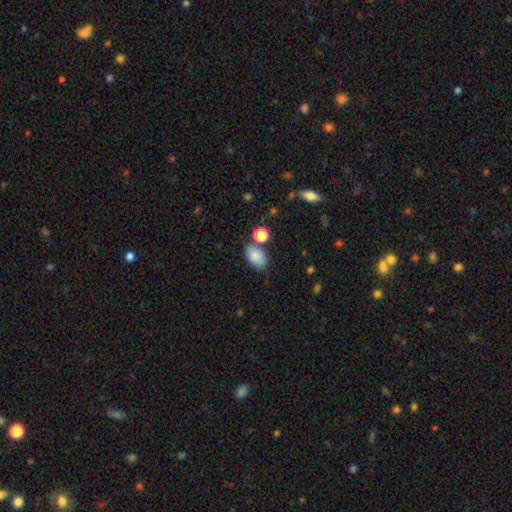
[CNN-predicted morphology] smooth_or_featured: smooth (p=0.84) [alt: star or artifact p=0.09]
how_rounded: in between (p=0.89) [alt: round p=0.09]
merging: none (p=0.68) [alt: minor disturbance p=0.16]